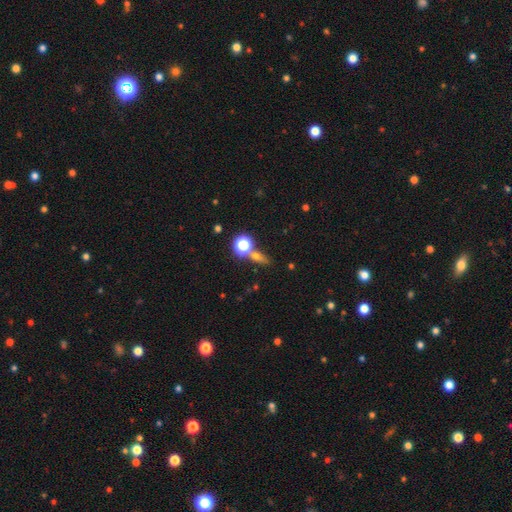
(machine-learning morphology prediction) smooth-or-featured: smooth: 51% | star or artifact: 33% | featured or disk: 16%
  how-rounded: in between: 38% | round: 37% | cigar-shaped: 25%
  merging: none: 65% | merger: 17% | minor disturbance: 11% | major disturbance: 6%